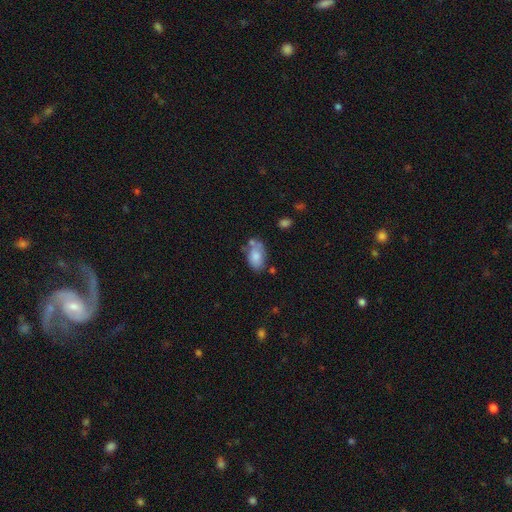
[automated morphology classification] smooth-or-featured: smooth: 77% | featured or disk: 16% | star or artifact: 8%
  how-rounded: in between: 91% | round: 7% | cigar-shaped: 2%
  merging: none: 50% | minor disturbance: 24% | merger: 17% | major disturbance: 8%